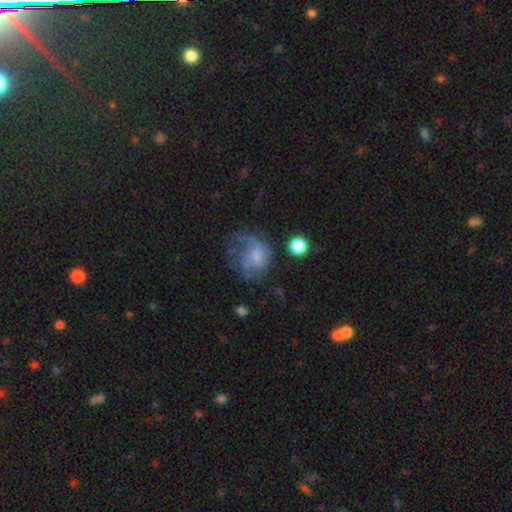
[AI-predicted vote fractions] Q: Smooth or featured?
A: featured or disk (66%); runner-up: smooth (23%)
Q: Edge-on disk?
A: no (98%); runner-up: yes (2%)
Q: Bar?
A: no (65%); runner-up: weak (31%)
Q: Spiral arms?
A: yes (82%); runner-up: no (18%)
Q: Spiral winding?
A: medium (43%); runner-up: loose (34%)
Q: Spiral arm count?
A: can't tell (31%); runner-up: 3 (25%)
Q: Bulge size?
A: small (44%); runner-up: moderate (29%)
Q: Merging?
A: none (45%); runner-up: major disturbance (31%)